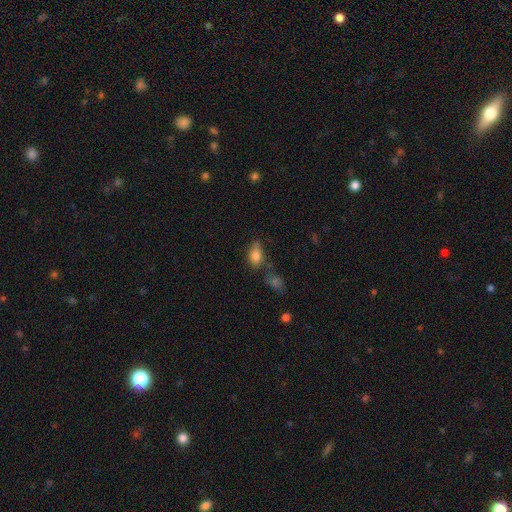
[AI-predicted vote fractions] Q: Smooth or featured?
A: smooth (82%); runner-up: star or artifact (9%)
Q: How rounded?
A: in between (84%); runner-up: round (14%)
Q: Merging?
A: none (53%); runner-up: minor disturbance (27%)